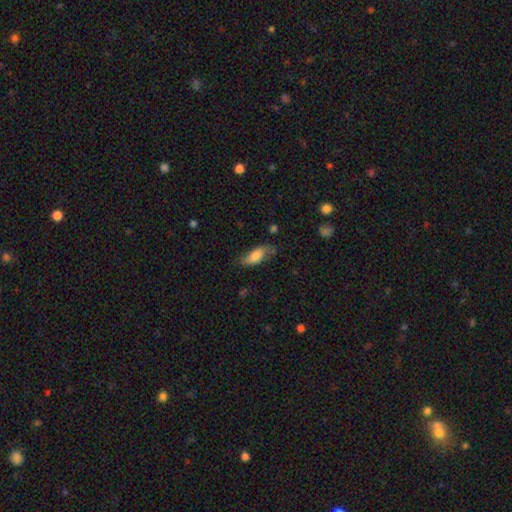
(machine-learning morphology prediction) This appears to be a smooth galaxy with no disk features (64%) that is in between round and cigar-shaped (75%). Merging: none (64%).